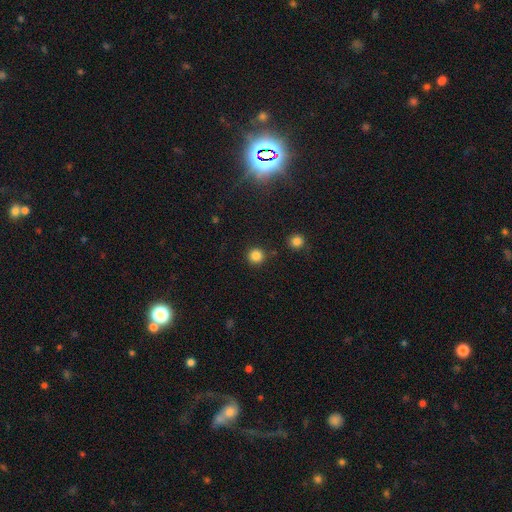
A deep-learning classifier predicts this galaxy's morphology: smooth 84%, star or artifact 12%, featured or disk 4%. Down the decision tree: how rounded — round (95%); merging — none (89%).